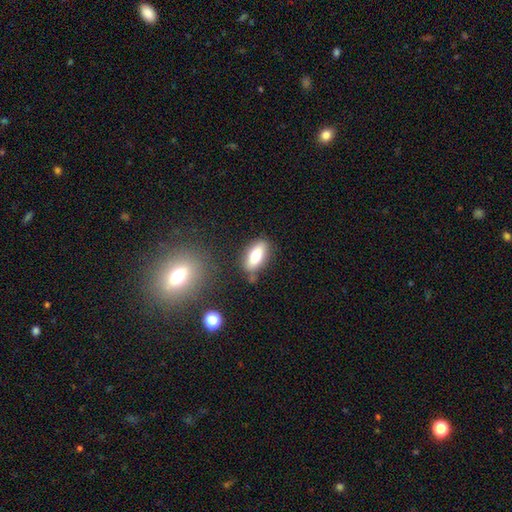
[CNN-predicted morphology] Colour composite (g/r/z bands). It shows a smooth galaxy with no disk features (74%) that is in between round and cigar-shaped (82%). Merging: none (77%).